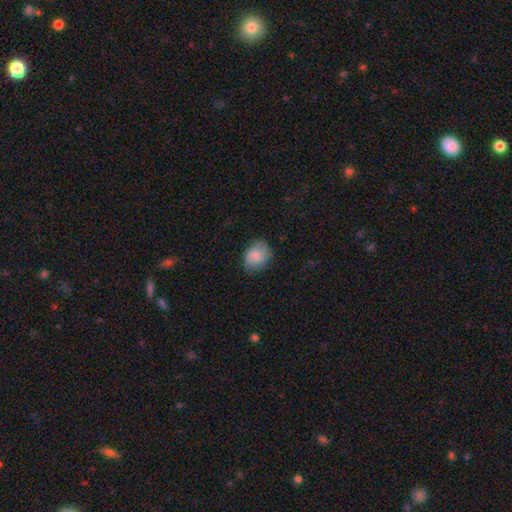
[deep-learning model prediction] Overall: smooth (83%). How rounded: in between (58%; round 41%). Merging: none (74%).